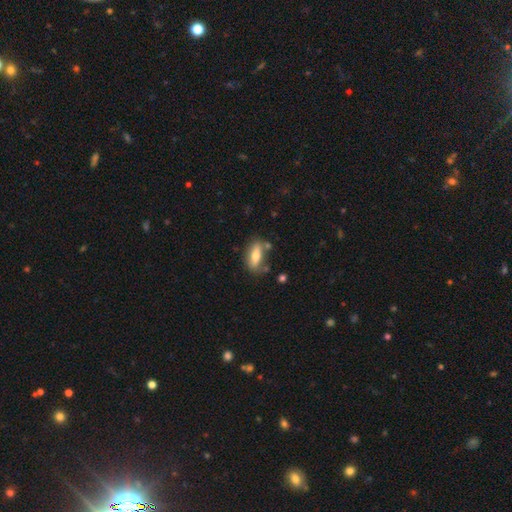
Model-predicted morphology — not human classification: A smooth galaxy with no disk features (62%) that is in between round and cigar-shaped (70%). Merging: none (71%).